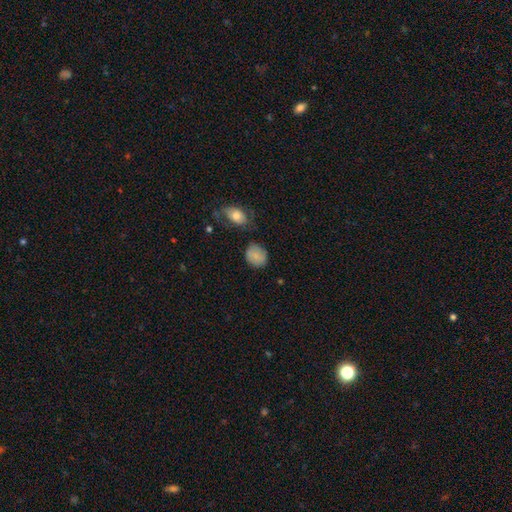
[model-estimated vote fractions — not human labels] smooth_or_featured: smooth (p=0.83) [alt: featured or disk p=0.09]
how_rounded: round (p=0.61) [alt: in between p=0.38]
merging: none (p=0.71) [alt: minor disturbance p=0.18]